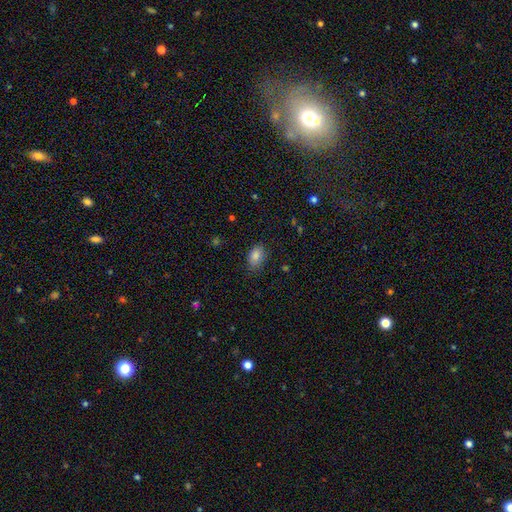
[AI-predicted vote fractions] smooth-or-featured: smooth: 85% | star or artifact: 9% | featured or disk: 7%
  how-rounded: in between: 85% | round: 14% | cigar-shaped: 1%
  merging: none: 78% | minor disturbance: 17% | major disturbance: 4% | merger: 1%